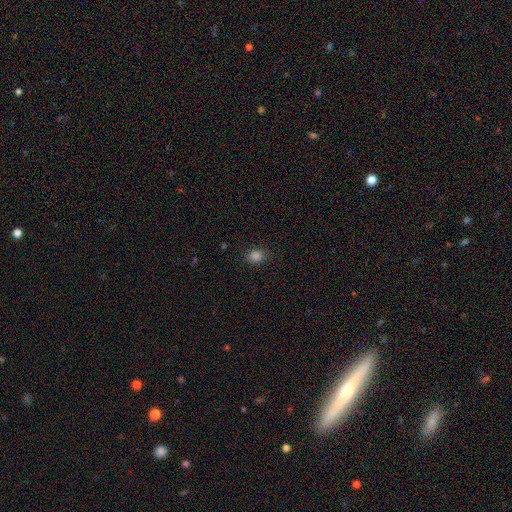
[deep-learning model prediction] The model was most divided on "how rounded": round: 53%, in between: 45%, cigar-shaped: 1%. More confident: smooth or featured — smooth (83%); merging — none (81%).